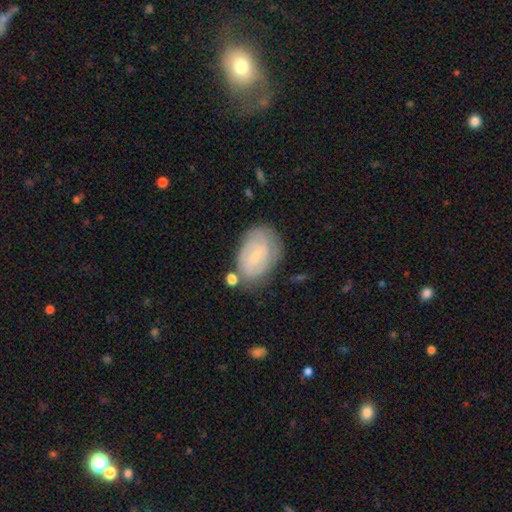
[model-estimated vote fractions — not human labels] Smooth or featured? Predicted: featured or disk (p=0.47). Merging? Predicted: none (p=0.63).